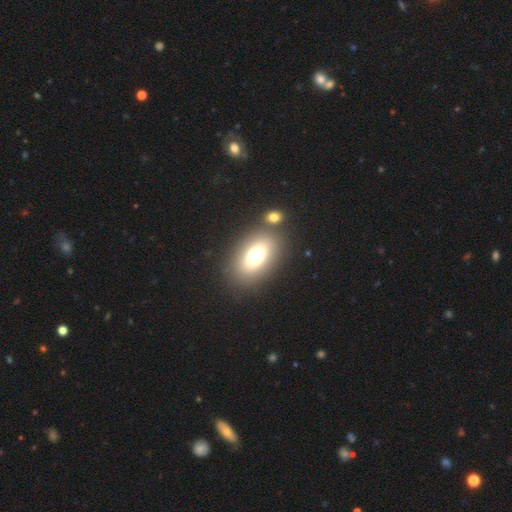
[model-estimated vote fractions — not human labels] Smooth or featured?
  - smooth: 72% *
  - featured or disk: 16%
  - star or artifact: 12%
How rounded?
  - in between: 83% *
  - round: 14%
  - cigar-shaped: 2%
Merging?
  - none: 74% *
  - merger: 13%
  - minor disturbance: 9%
  - major disturbance: 4%